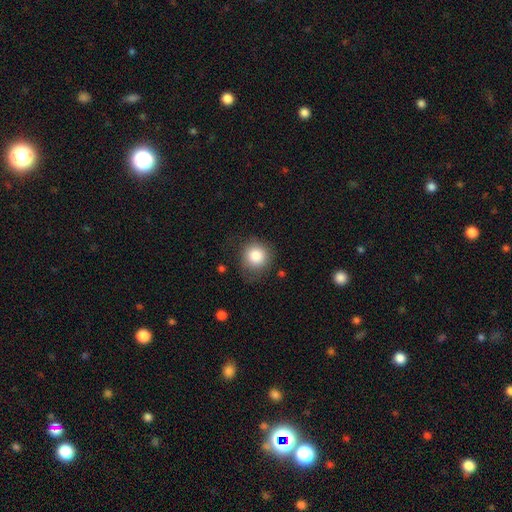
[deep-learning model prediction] Overall: smooth (84%). How rounded: round (87%). Merging: none (70%).